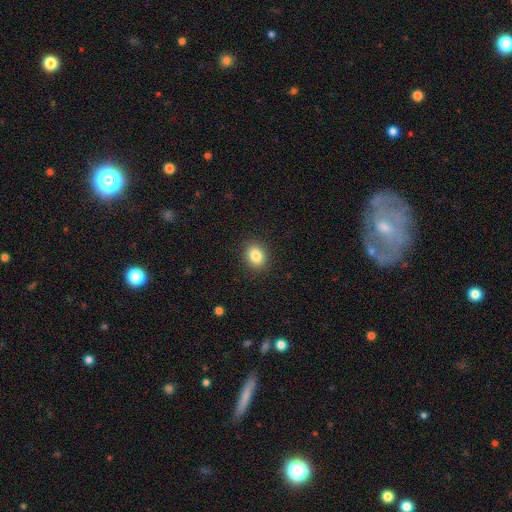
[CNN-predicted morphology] Overall: smooth (85%). How rounded: in between (54%; round 45%). Merging: none (89%).